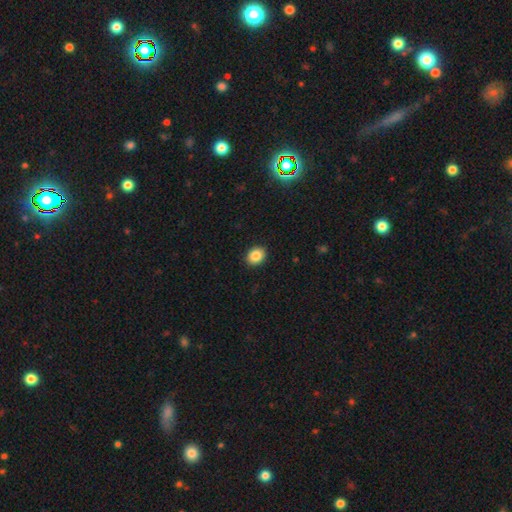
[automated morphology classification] smooth 87%, star or artifact 9%, featured or disk 5%. Down the decision tree: how rounded — in between (53%); merging — none (91%).